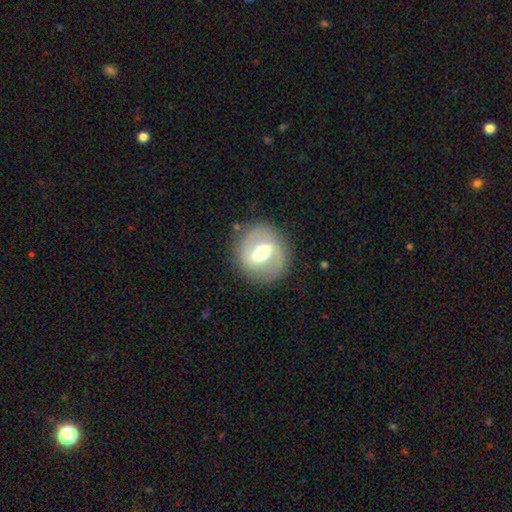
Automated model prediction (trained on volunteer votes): smooth_or_featured: featured or disk (p=0.68) [alt: smooth p=0.26]
disk_edge_on: no (p=0.94) [alt: yes p=0.06]
bar: strong (p=0.47) [alt: weak p=0.41]
has_spiral_arms: yes (p=0.61) [alt: no p=0.39]
bulge_size: moderate (p=0.68) [alt: small p=0.15]
merging: none (p=0.83) [alt: minor disturbance p=0.10]